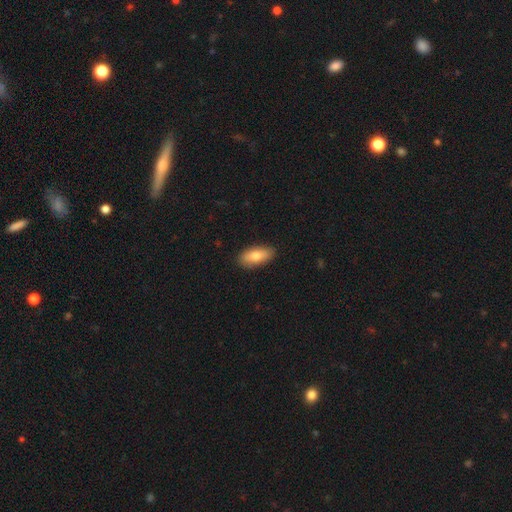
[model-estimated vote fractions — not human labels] This is likely a smooth galaxy (80%). How rounded: clearly in between (88%). Merging: clearly none (87%).